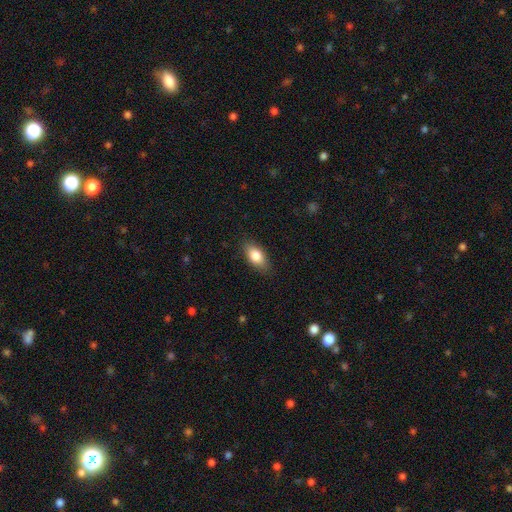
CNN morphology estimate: Smooth or featured: smooth — 81% (featured or disk — 12%)
How rounded: in between — 87% (cigar-shaped — 7%)
Merging: none — 84% (minor disturbance — 12%)